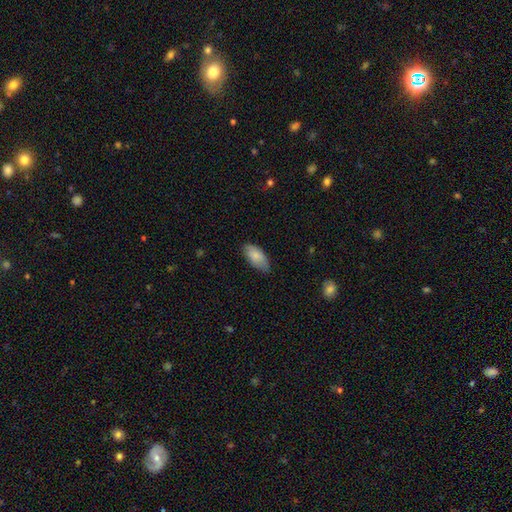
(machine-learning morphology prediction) Overall: smooth (83%). How rounded: in between (92%). Merging: none (75%).